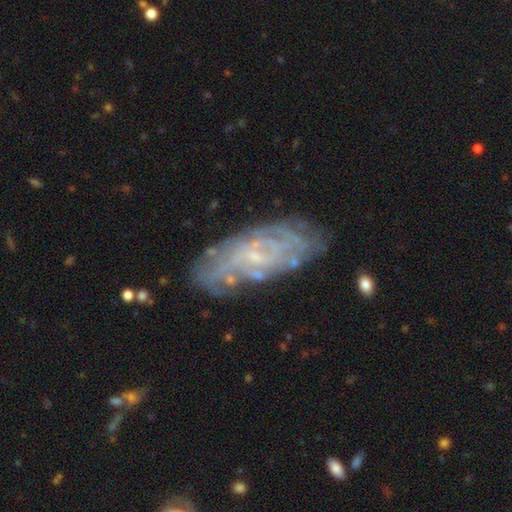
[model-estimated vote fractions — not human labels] Q: Smooth or featured?
A: featured or disk (78%); runner-up: smooth (14%)
Q: Edge-on disk?
A: no (90%); runner-up: yes (10%)
Q: Bar?
A: no (49%); runner-up: weak (41%)
Q: Spiral arms?
A: yes (85%); runner-up: no (15%)
Q: Spiral winding?
A: tight (65%); runner-up: medium (26%)
Q: Spiral arm count?
A: can't tell (54%); runner-up: 2 (15%)
Q: Bulge size?
A: small (75%); runner-up: moderate (13%)
Q: Merging?
A: none (75%); runner-up: minor disturbance (16%)